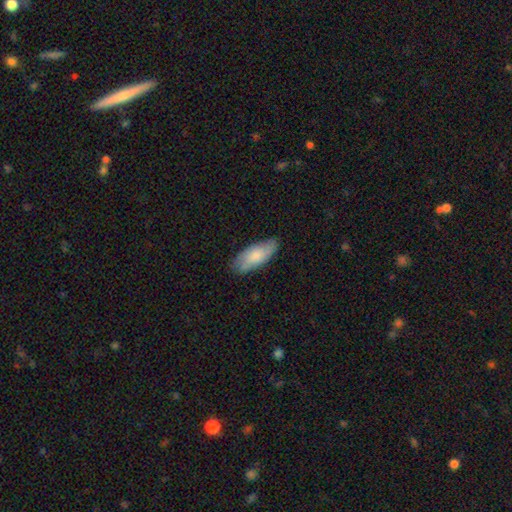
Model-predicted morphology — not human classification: type=smooth (71%); roundness=in between (81%); merging=none (79%).